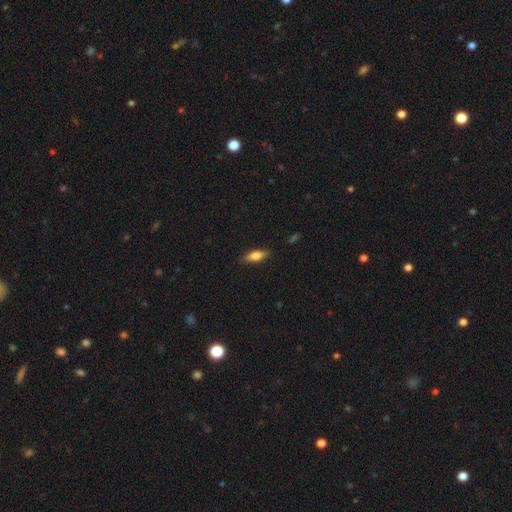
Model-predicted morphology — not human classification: The model was most divided on "how rounded": in between: 63%, cigar-shaped: 34%, round: 3%. More confident: merging — none (85%); smooth or featured — smooth (73%).